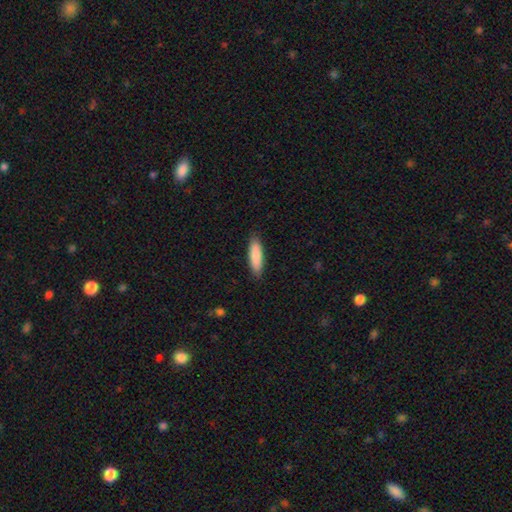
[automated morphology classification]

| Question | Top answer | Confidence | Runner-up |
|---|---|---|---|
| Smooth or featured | smooth | 87% | featured or disk (7%) |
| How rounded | cigar-shaped | 57% | in between (41%) |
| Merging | none | 88% | minor disturbance (9%) |